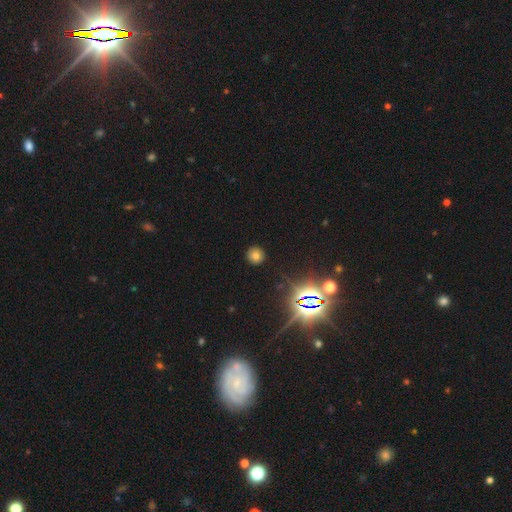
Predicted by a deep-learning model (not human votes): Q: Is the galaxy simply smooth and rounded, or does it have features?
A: smooth — 67%.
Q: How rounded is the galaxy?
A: round — 92%.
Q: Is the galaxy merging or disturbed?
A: none — 90%.